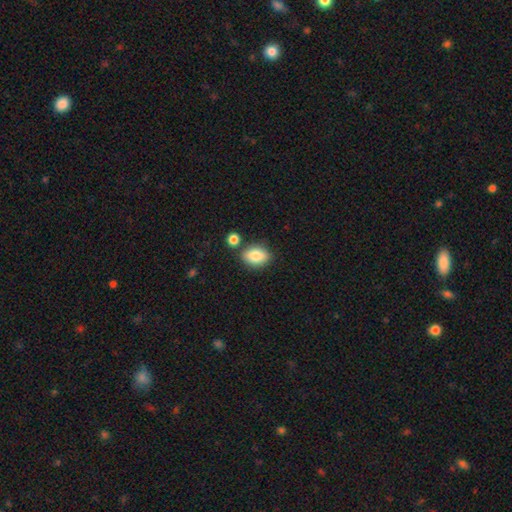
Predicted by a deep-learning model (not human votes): Morphology: type=smooth (83%); roundness=in between (78%); merging=none (74%).